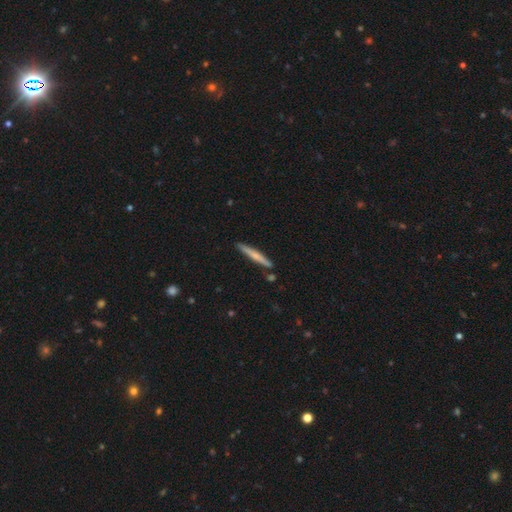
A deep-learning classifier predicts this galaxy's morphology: Q: Smooth or featured?
A: smooth (56%); runner-up: featured or disk (39%)
Q: How rounded?
A: cigar-shaped (95%); runner-up: in between (3%)
Q: Merging?
A: none (86%); runner-up: minor disturbance (9%)